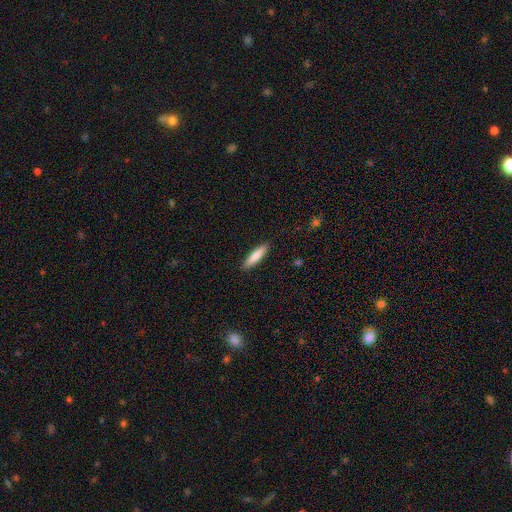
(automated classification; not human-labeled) smooth_or_featured: smooth (p=0.80) [alt: featured or disk p=0.14]
how_rounded: cigar-shaped (p=0.78) [alt: in between p=0.21]
merging: none (p=0.90) [alt: minor disturbance p=0.07]